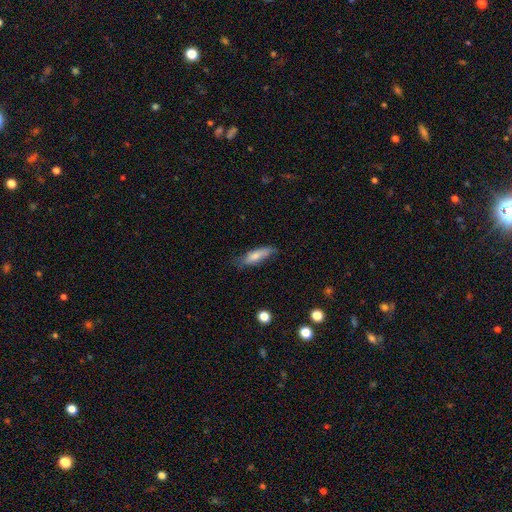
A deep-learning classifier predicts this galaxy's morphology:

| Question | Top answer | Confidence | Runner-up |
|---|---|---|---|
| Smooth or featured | smooth | 72% | featured or disk (21%) |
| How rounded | cigar-shaped | 58% | in between (40%) |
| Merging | none | 62% | minor disturbance (28%) |